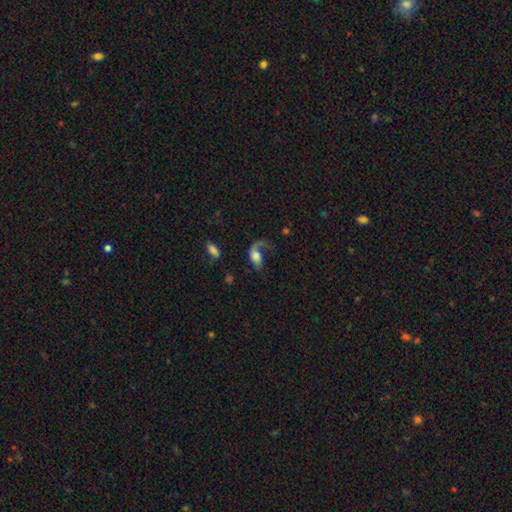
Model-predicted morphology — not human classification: Q: Smooth or featured?
A: featured or disk (58%); runner-up: smooth (33%)
Q: Edge-on disk?
A: no (95%); runner-up: yes (5%)
Q: Bar?
A: no (71%); runner-up: weak (23%)
Q: Spiral arms?
A: yes (85%); runner-up: no (15%)
Q: Bulge size?
A: moderate (36%); runner-up: large (28%)
Q: Merging?
A: major disturbance (50%); runner-up: none (29%)